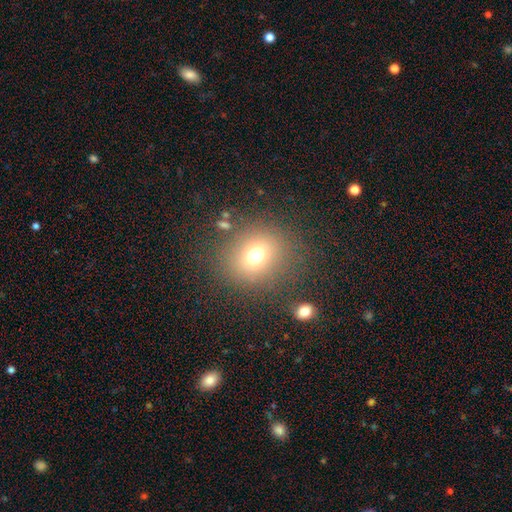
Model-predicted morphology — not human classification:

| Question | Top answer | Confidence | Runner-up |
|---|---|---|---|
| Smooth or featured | smooth | 70% | star or artifact (19%) |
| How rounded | round | 77% | in between (22%) |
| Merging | none | 79% | minor disturbance (10%) |